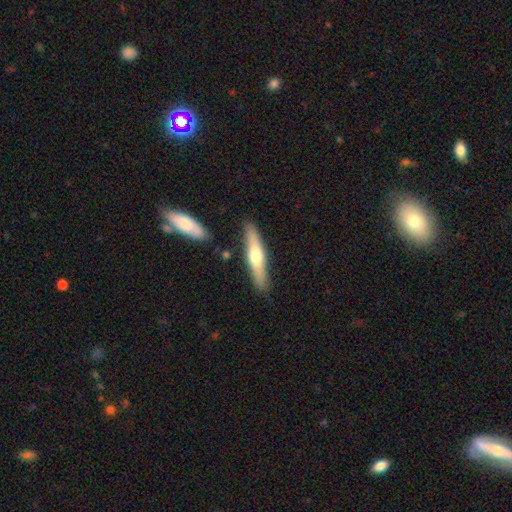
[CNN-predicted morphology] This appears to be a smooth galaxy with no disk features (48%). Merging: none (86%).